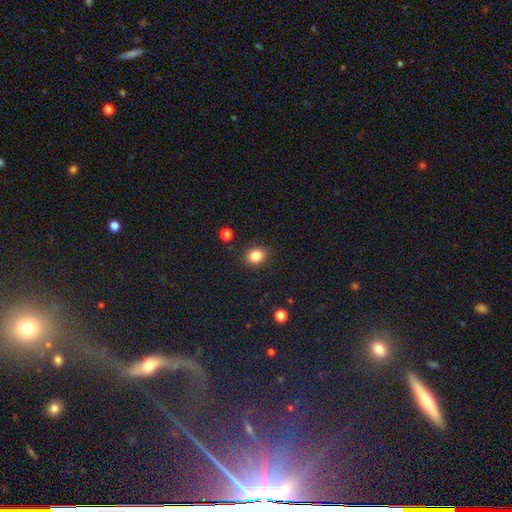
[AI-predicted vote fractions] smooth 84%, star or artifact 11%, featured or disk 6%. Down the decision tree: how rounded — round (55%); merging — none (87%).